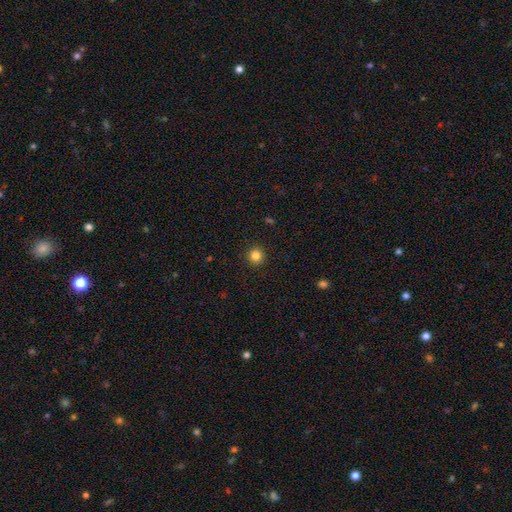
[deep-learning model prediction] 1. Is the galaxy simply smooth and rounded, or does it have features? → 84% smooth, 12% star or artifact, 4% featured or disk.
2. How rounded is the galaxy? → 95% round, 4% in between, 1% cigar-shaped.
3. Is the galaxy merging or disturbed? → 93% none, 5% minor disturbance, 2% major disturbance, 1% merger.